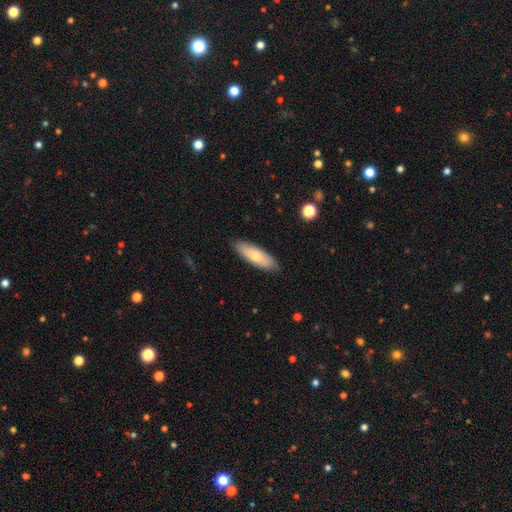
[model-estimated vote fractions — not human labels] The model was most divided on "how rounded": in between: 63%, cigar-shaped: 35%, round: 2%. More confident: merging — none (86%); smooth or featured — smooth (69%).